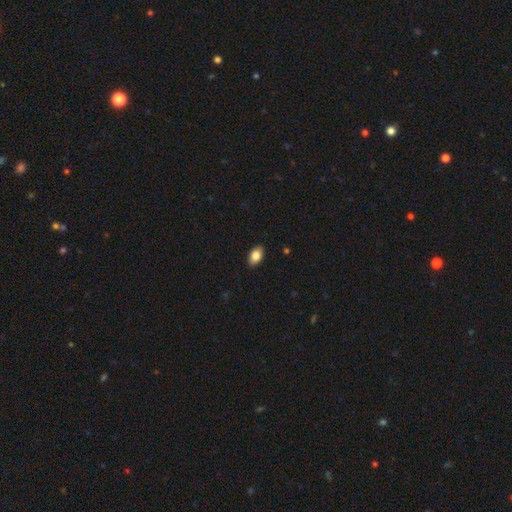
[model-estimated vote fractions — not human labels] The model was most divided on "smooth or featured": smooth: 85%, star or artifact: 8%, featured or disk: 8%. More confident: how rounded — in between (90%); merging — none (89%).